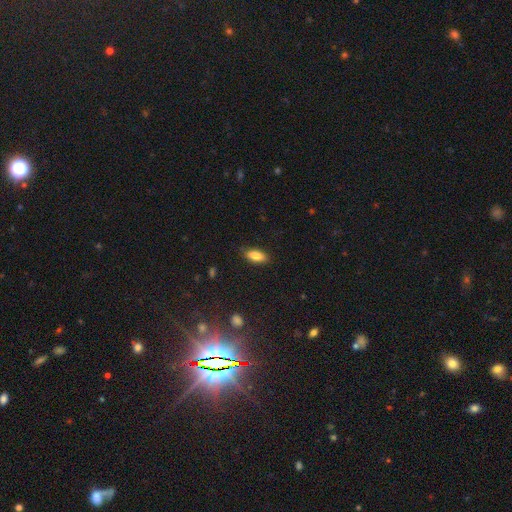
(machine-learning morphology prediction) smooth_or_featured: smooth (p=0.85) [alt: featured or disk p=0.08]
how_rounded: in between (p=0.86) [alt: cigar-shaped p=0.11]
merging: none (p=0.84) [alt: minor disturbance p=0.12]